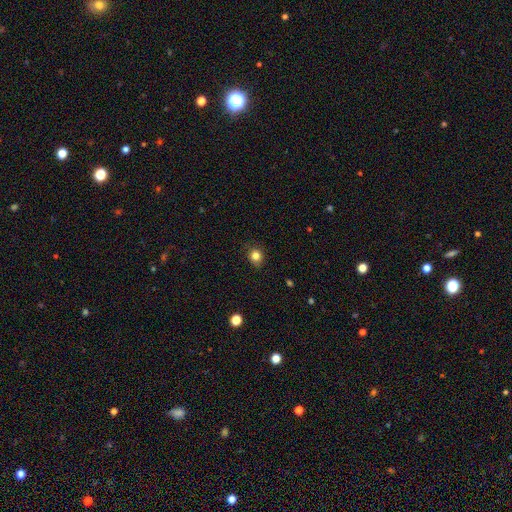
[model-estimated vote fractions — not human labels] Morphology: type=smooth (82%); roundness=round (75%); merging=none (82%).